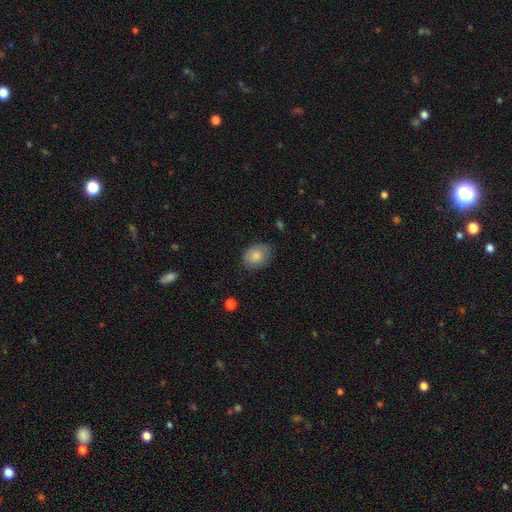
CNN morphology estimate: Q: Smooth or featured?
A: smooth (82%); runner-up: featured or disk (10%)
Q: How rounded?
A: in between (70%); runner-up: round (29%)
Q: Merging?
A: none (70%); runner-up: minor disturbance (24%)